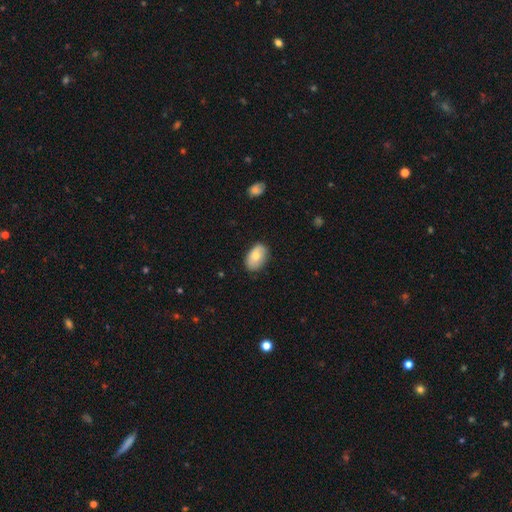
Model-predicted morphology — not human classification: Smooth or featured? Predicted: smooth (p=0.78). How rounded? Predicted: in between (p=0.91). Merging? Predicted: none (p=0.81).